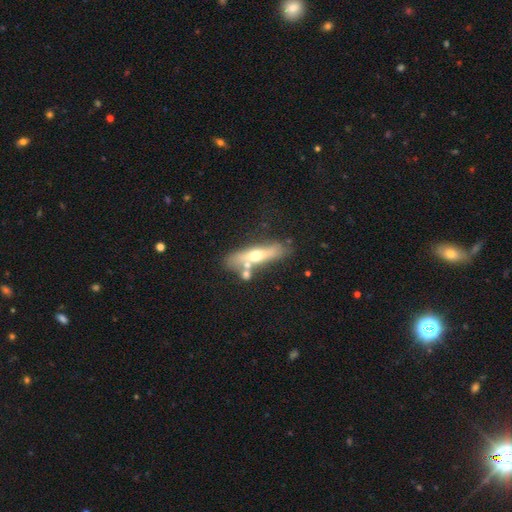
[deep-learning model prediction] featured or disk 52%, smooth 42%, star or artifact 7%. Down the decision tree: edge-on disk — yes (74%); merging — none (61%).